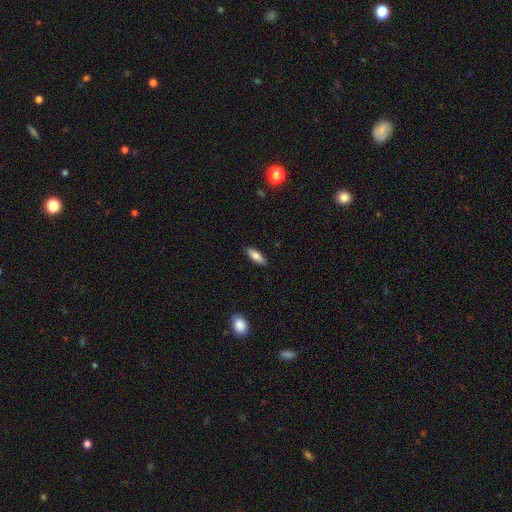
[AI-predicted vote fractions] smooth_or_featured: smooth (p=0.80) [alt: featured or disk p=0.13]
how_rounded: in between (p=0.67) [alt: cigar-shaped p=0.31]
merging: none (p=0.89) [alt: minor disturbance p=0.08]